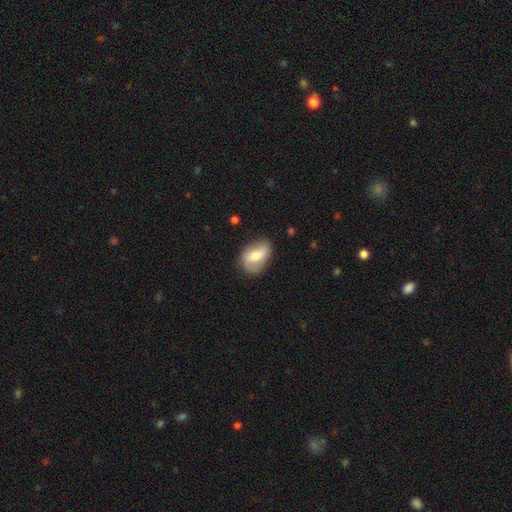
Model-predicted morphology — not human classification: A smooth galaxy with no disk features (57%) that is in between round and cigar-shaped (80%). Merging: none (73%).